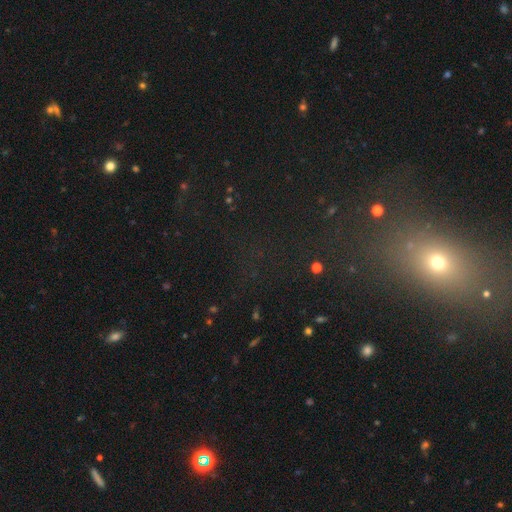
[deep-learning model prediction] The model was most divided on "smooth or featured": star or artifact: 52%, smooth: 34%, featured or disk: 14%.